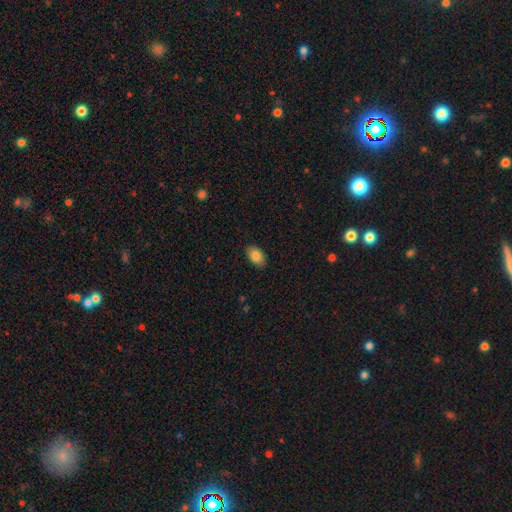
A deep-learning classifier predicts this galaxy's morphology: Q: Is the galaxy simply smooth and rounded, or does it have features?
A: smooth — 86%.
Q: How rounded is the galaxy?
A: in between — 92%.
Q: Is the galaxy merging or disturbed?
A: none — 87%.